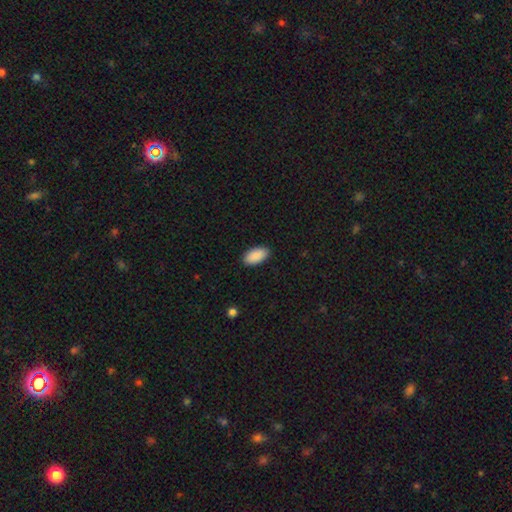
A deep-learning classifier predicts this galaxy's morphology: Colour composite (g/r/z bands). It shows a smooth galaxy with no disk features (91%) that is in between round and cigar-shaped (94%). Merging: none (89%).